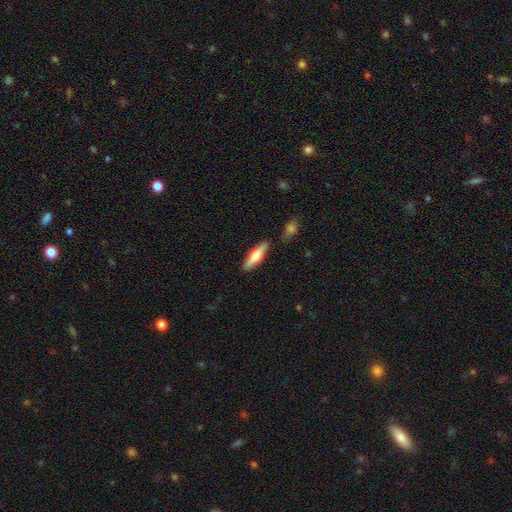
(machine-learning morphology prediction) Smooth or featured: smooth — 50% (featured or disk — 44%)
Merging: none — 84% (minor disturbance — 9%)